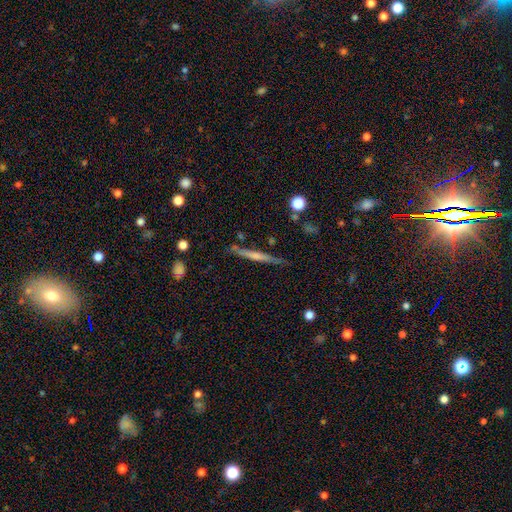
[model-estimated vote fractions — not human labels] This is possibly a featured or disk galaxy (49%). Merging: likely none (79%).